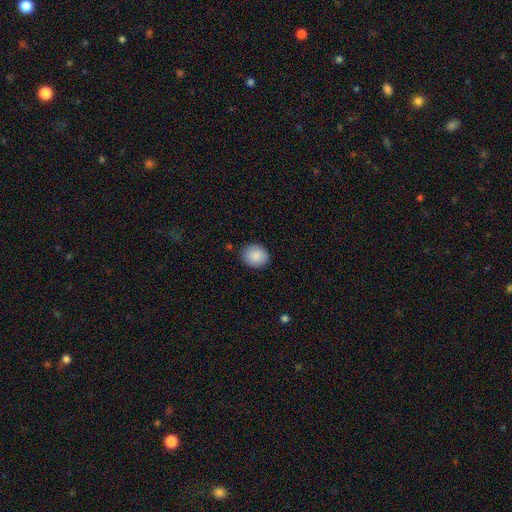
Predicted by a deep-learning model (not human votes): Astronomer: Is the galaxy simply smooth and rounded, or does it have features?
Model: smooth — 89%.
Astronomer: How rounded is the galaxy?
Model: round — 70%.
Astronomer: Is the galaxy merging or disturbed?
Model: none — 88%.